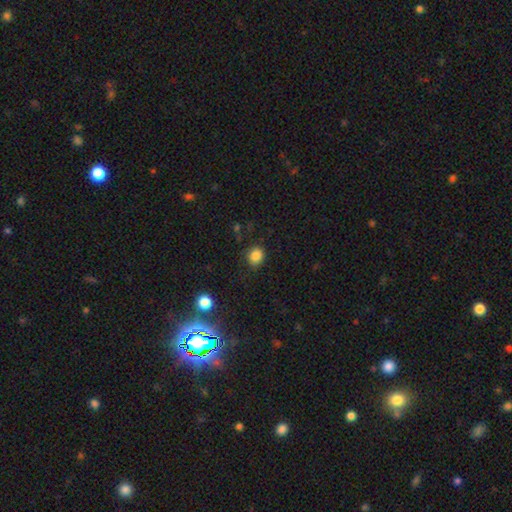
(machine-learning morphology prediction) This is clearly a smooth galaxy (84%). How rounded: likely round (71%). Merging: clearly none (82%).